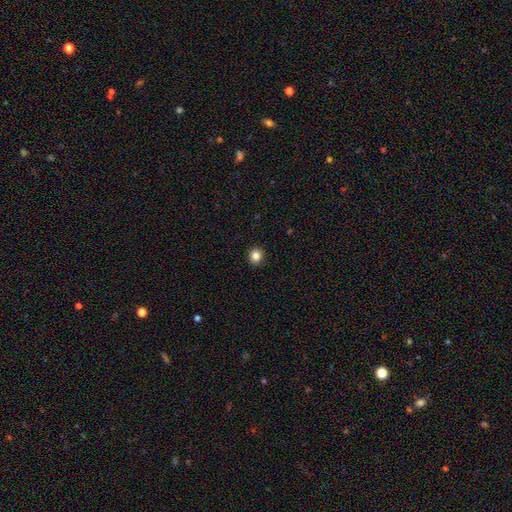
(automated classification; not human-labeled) This appears to be a smooth galaxy with no disk features (84%) that is round (89%). Merging: none (92%).